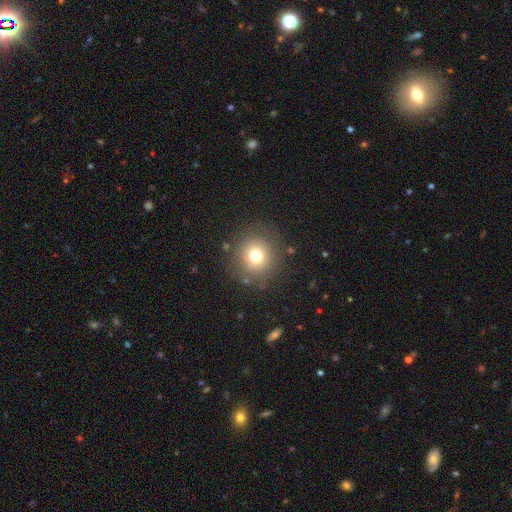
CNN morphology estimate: smooth-or-featured: smooth: 72% | star or artifact: 15% | featured or disk: 13%
  how-rounded: round: 92% | in between: 7% | cigar-shaped: 1%
  merging: none: 84% | minor disturbance: 9% | major disturbance: 5% | merger: 2%